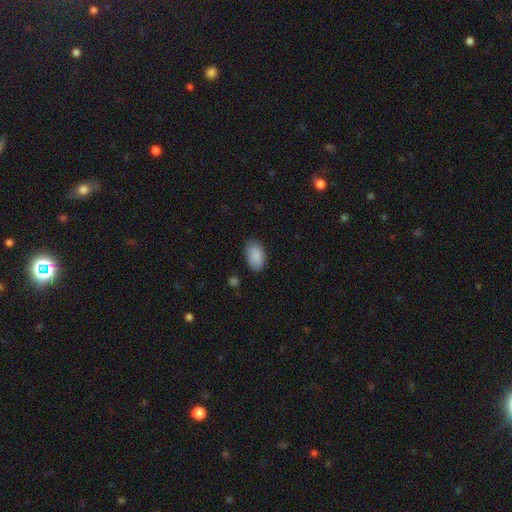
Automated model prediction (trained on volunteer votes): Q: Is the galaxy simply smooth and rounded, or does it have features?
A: smooth — 88%.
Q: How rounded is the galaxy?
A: in between — 93%.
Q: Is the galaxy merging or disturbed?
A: none — 80%.